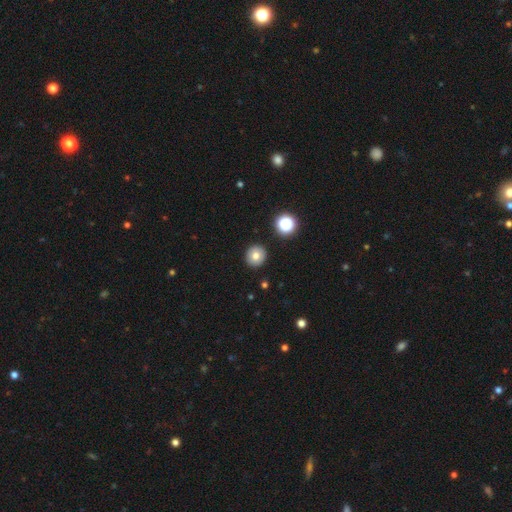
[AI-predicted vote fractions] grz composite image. It shows a smooth galaxy with no disk features (76%) that is round (93%). Merging: none (91%).